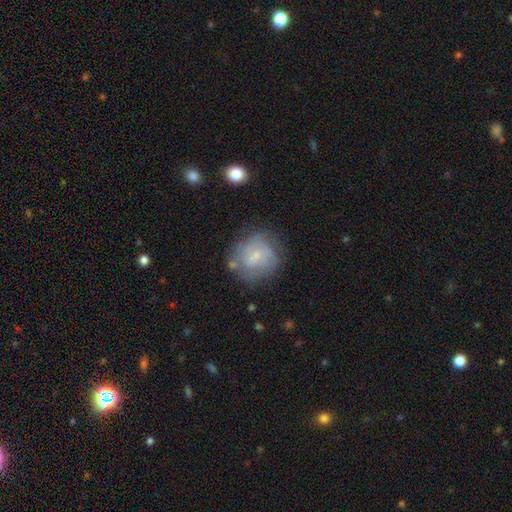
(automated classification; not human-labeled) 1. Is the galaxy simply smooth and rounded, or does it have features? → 46% smooth (tied), 46% featured or disk (tied), 8% star or artifact.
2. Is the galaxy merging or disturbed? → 60% none, 23% minor disturbance, 11% major disturbance, 6% merger.